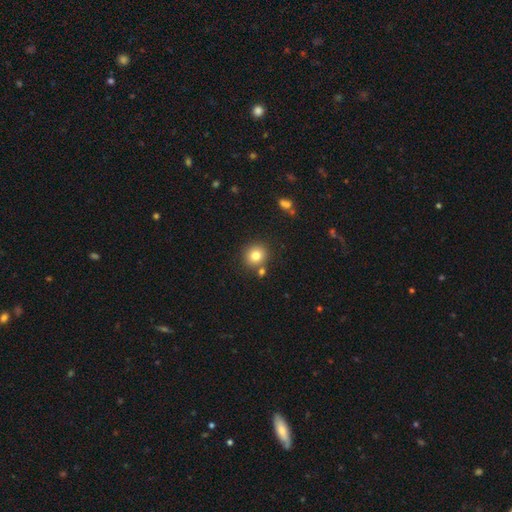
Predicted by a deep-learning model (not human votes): Smooth or featured?
  - smooth: 81% *
  - star or artifact: 11%
  - featured or disk: 8%
How rounded?
  - round: 86% *
  - in between: 13%
  - cigar-shaped: 1%
Merging?
  - none: 79% *
  - merger: 10%
  - minor disturbance: 9%
  - major disturbance: 3%